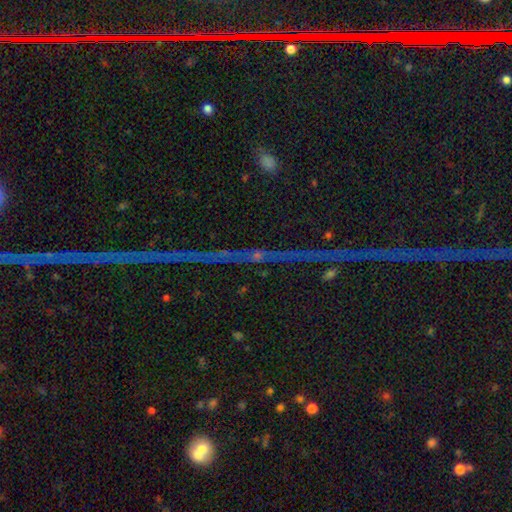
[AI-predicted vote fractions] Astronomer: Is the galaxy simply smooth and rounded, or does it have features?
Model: star or artifact — 82%.